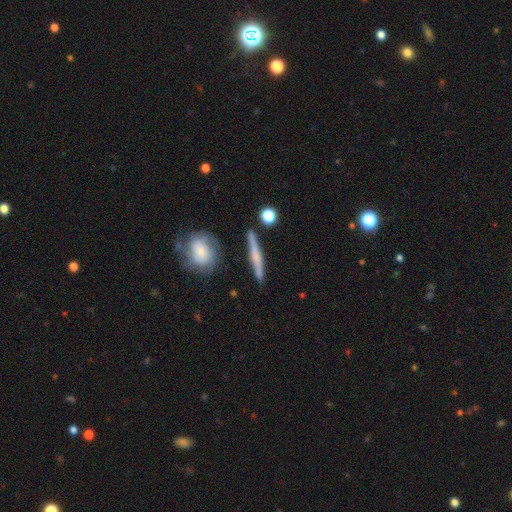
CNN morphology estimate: Smooth or featured: featured or disk — 50% (smooth — 42%)
Edge-on disk: yes — 91% (no — 9%)
Merging: none — 83% (minor disturbance — 11%)